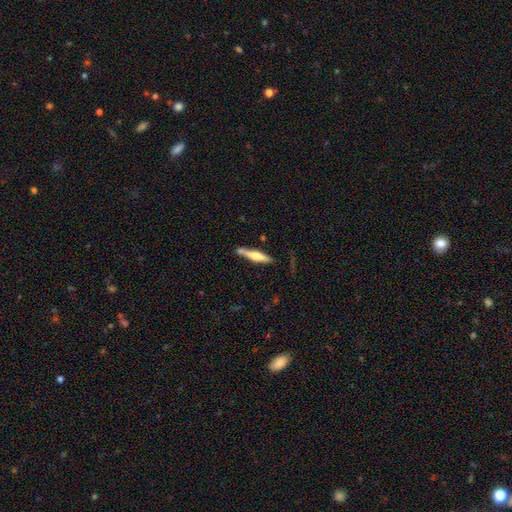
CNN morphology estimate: Smooth or featured: smooth — 48% (featured or disk — 46%)
Merging: none — 69% (minor disturbance — 16%)